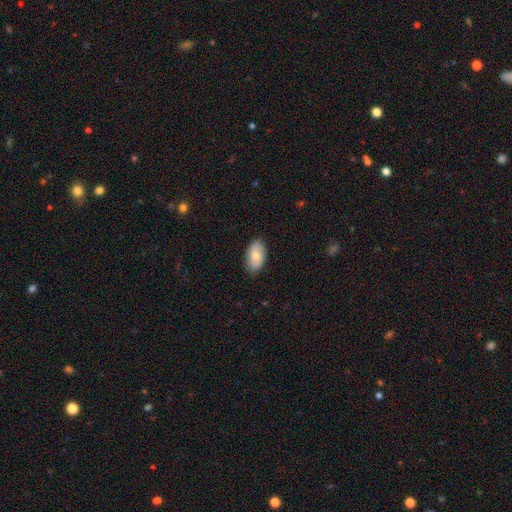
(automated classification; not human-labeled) This appears to be a smooth galaxy with no disk features (72%) that is in between round and cigar-shaped (94%). Merging: none (84%).